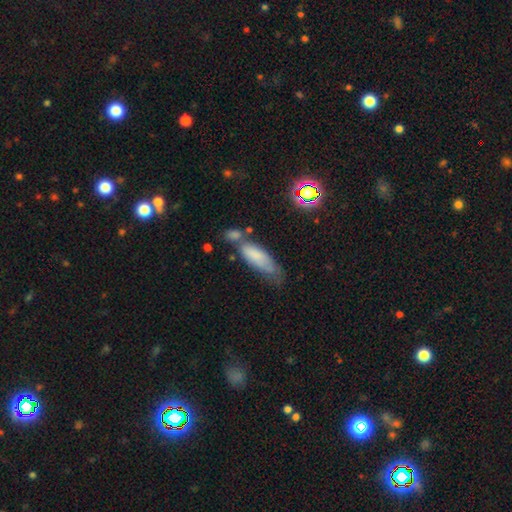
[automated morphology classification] A smooth galaxy with no disk features (71%) that is in between round and cigar-shaped (56%).

Vote fractions:
- Smooth or featured? smooth: 71% / featured or disk: 19% / star or artifact: 11%
- How rounded? in between: 56% / cigar-shaped: 42% / round: 2%
- Merging? none: 31% / merger: 28% / minor disturbance: 27% / major disturbance: 14%